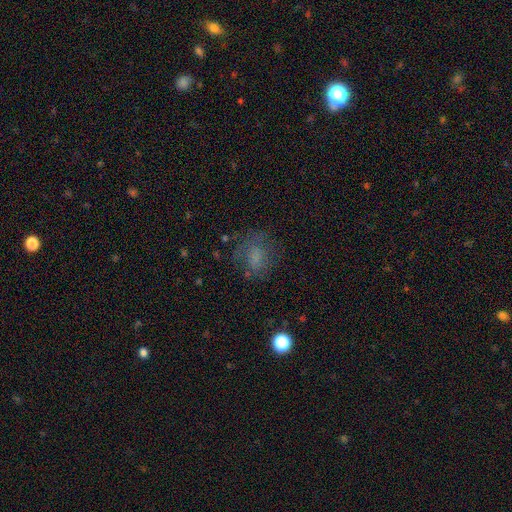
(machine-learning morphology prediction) smooth 62%, featured or disk 22%, star or artifact 16%. Down the decision tree: how rounded — round (55%); merging — none (62%).